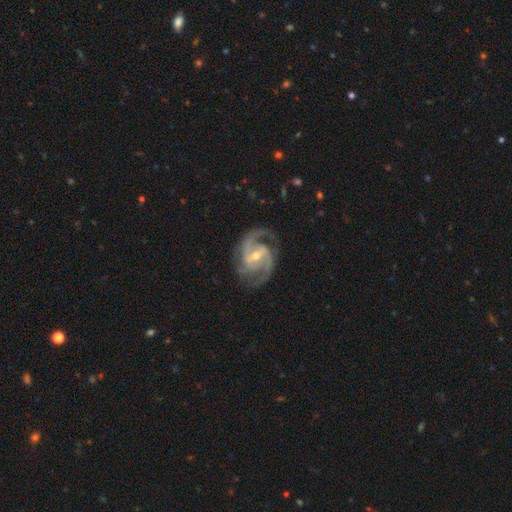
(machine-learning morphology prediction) type=featured or disk (93%); edge-on=no (98%); bar=weak (46%); spiral arms=yes (98%); winding=medium (59%); arm count=2 (72%); bulge=moderate (51%); merging=none (76%).